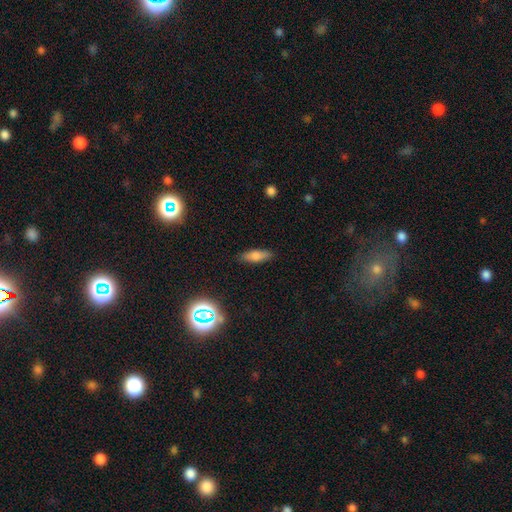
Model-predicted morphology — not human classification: type=smooth (75%); roundness=in between (58%); merging=none (86%).